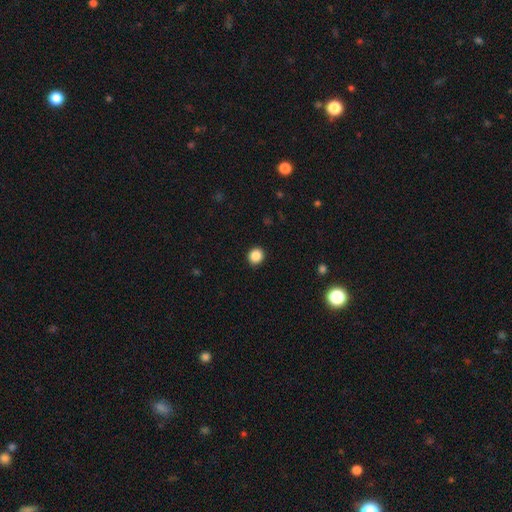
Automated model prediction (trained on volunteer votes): The model was most divided on "how rounded": round: 85%, in between: 14%, cigar-shaped: 1%. More confident: merging — none (91%); smooth or featured — smooth (87%).